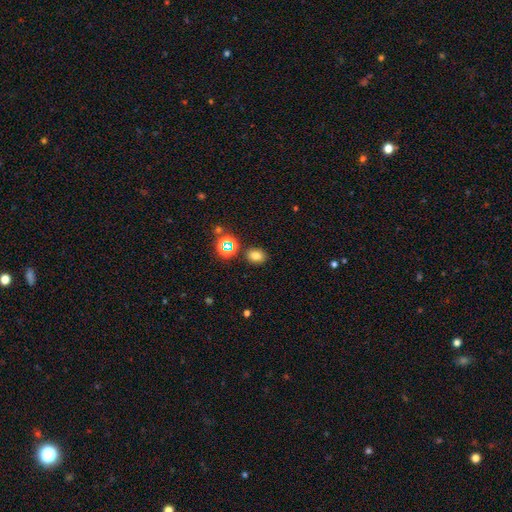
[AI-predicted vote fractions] Smooth or featured: smooth — 73% (star or artifact — 20%)
How rounded: in between — 57% (round — 42%)
Merging: none — 84% (minor disturbance — 9%)